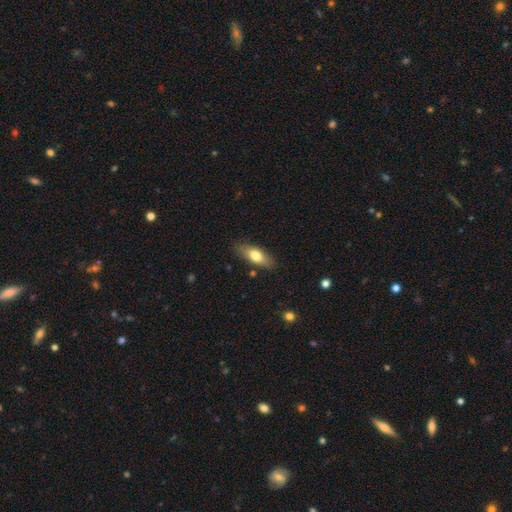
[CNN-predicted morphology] The model was most divided on "how rounded": in between: 73%, cigar-shaped: 24%, round: 3%. More confident: merging — none (83%); smooth or featured — smooth (72%).